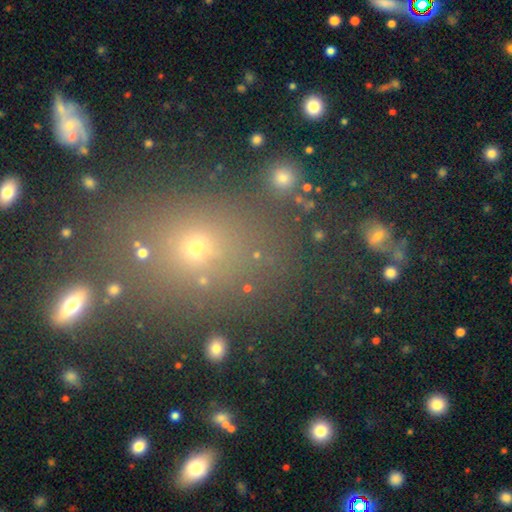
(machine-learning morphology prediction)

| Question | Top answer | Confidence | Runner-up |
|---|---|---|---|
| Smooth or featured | smooth | 50% | star or artifact (38%) |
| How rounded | round | 55% | in between (42%) |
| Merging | none | 73% | minor disturbance (11%) |